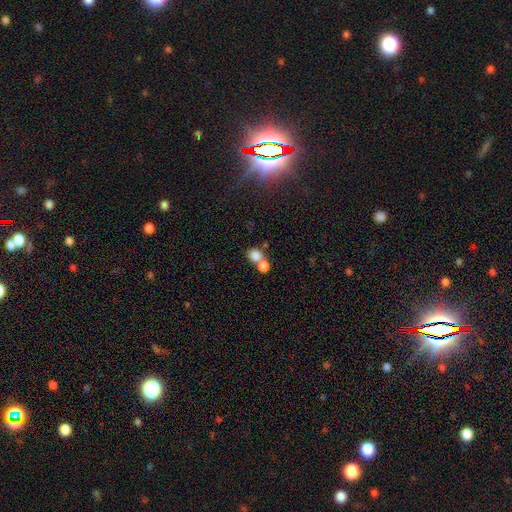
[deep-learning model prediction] smooth-or-featured: smooth: 79% | star or artifact: 11% | featured or disk: 10%
  how-rounded: round: 67% | in between: 32% | cigar-shaped: 1%
  merging: merger: 56% | none: 33% | minor disturbance: 6% | major disturbance: 4%